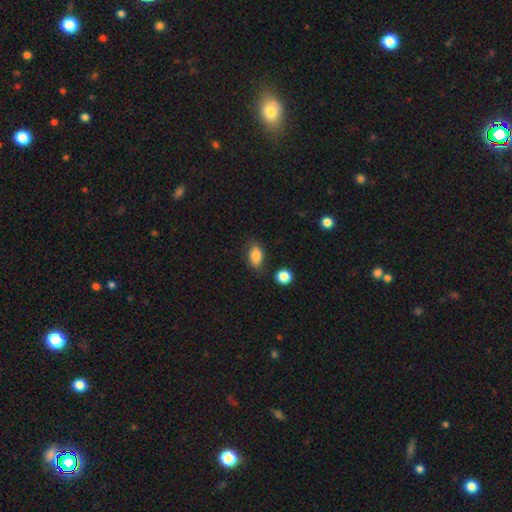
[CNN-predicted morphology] This is clearly a smooth galaxy (83%). How rounded: clearly in between (87%). Merging: likely none (76%).